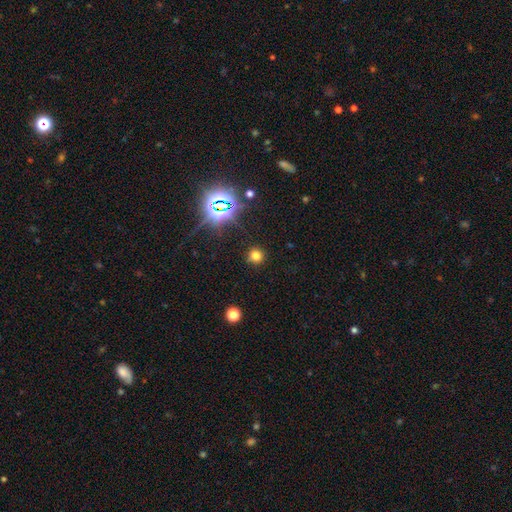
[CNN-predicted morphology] The model was most divided on "smooth or featured": smooth: 70%, star or artifact: 24%, featured or disk: 6%. More confident: how rounded — round (92%); merging — none (89%).